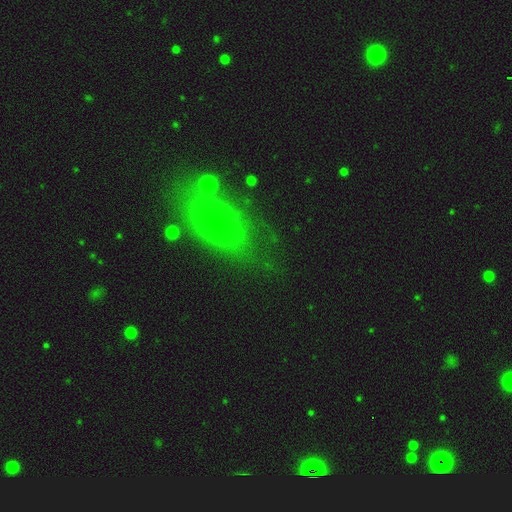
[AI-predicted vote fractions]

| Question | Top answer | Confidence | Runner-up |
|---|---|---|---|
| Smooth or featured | smooth | 56% | star or artifact (26%) |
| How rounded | in between | 72% | round (16%) |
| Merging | none | 77% | minor disturbance (14%) |